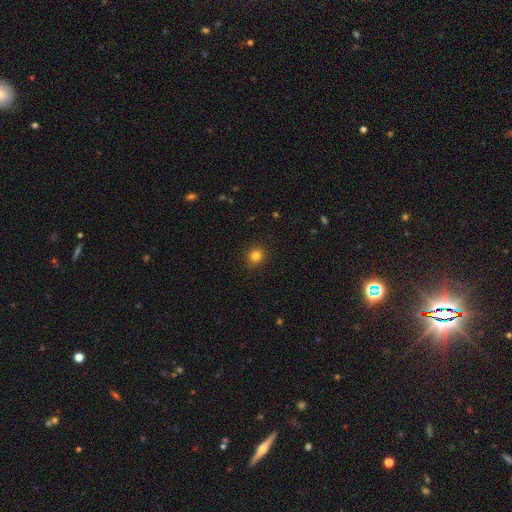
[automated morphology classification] This is clearly a smooth galaxy (82%). How rounded: clearly round (86%). Merging: clearly none (91%).